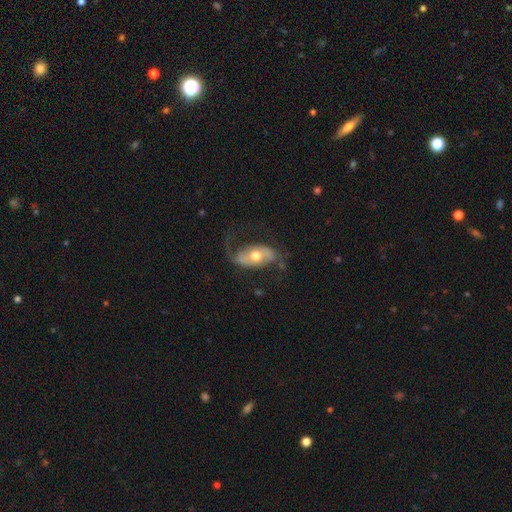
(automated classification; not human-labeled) The model was most divided on "bar": no: 58%, weak: 27%, strong: 14%. More confident: edge-on disk — no (92%); spiral arm count — 2 (86%); spiral arms — yes (82%); bulge size — moderate (74%); smooth or featured — featured or disk (72%); spiral winding — loose (61%); merging — none (58%).